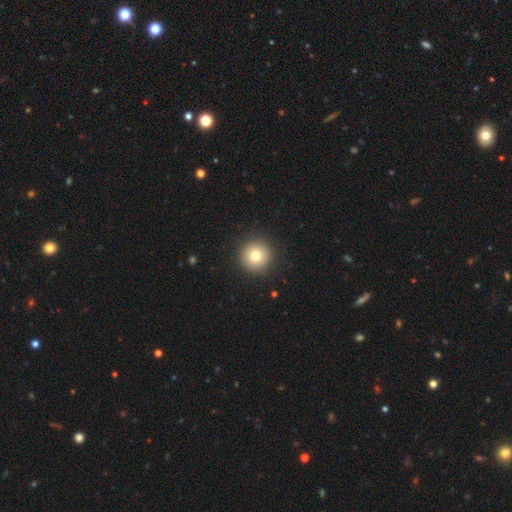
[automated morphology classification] type=smooth (78%); roundness=round (96%); merging=none (92%).